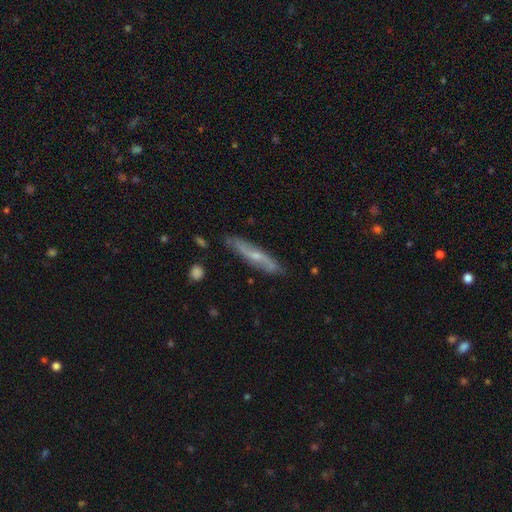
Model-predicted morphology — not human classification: Overall: featured or disk (64%; smooth 29%). Edge-on disk: yes (51%; no 49%). Merging: none (81%).